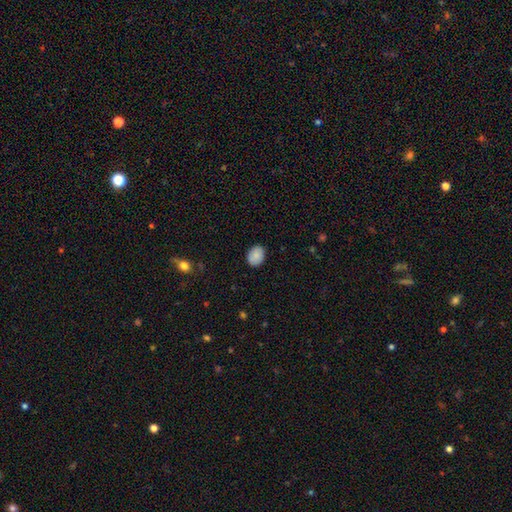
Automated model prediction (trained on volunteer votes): Smooth or featured: smooth — 87% (star or artifact — 7%)
How rounded: in between — 62% (round — 37%)
Merging: none — 86% (minor disturbance — 11%)